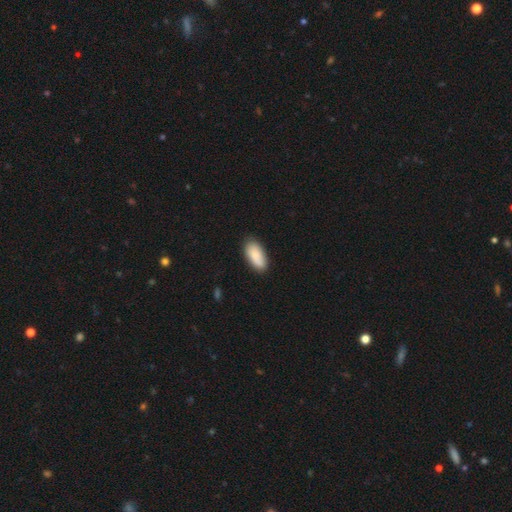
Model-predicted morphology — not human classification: type=smooth (84%); roundness=in between (91%); merging=none (81%).